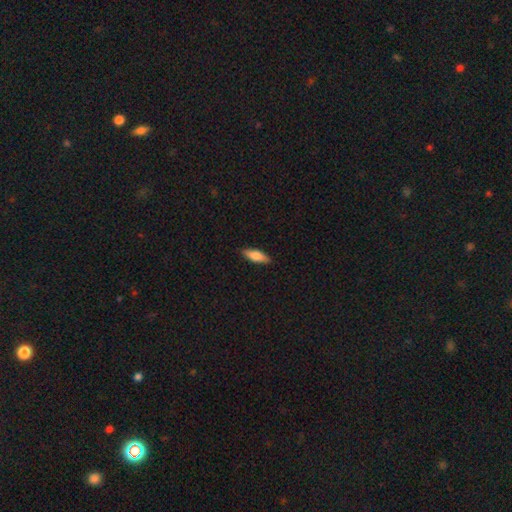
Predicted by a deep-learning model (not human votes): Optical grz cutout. It shows a smooth galaxy with no disk features (77%) that is in between round and cigar-shaped (57%). Merging: none (88%).